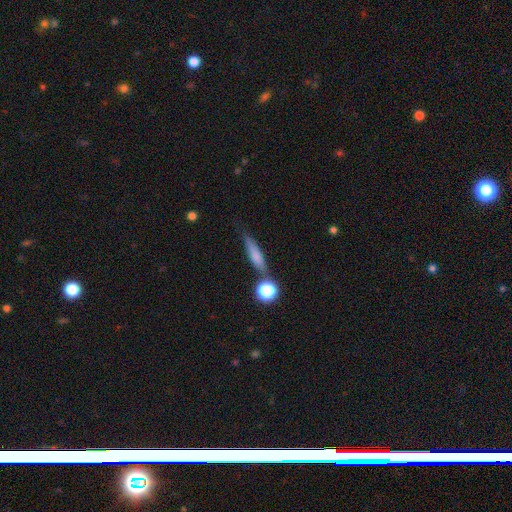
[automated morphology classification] Smooth or featured?
  - smooth: 67% *
  - featured or disk: 22%
  - star or artifact: 11%
How rounded?
  - cigar-shaped: 69% *
  - in between: 23%
  - round: 8%
Merging?
  - none: 68% *
  - minor disturbance: 16%
  - merger: 11%
  - major disturbance: 5%